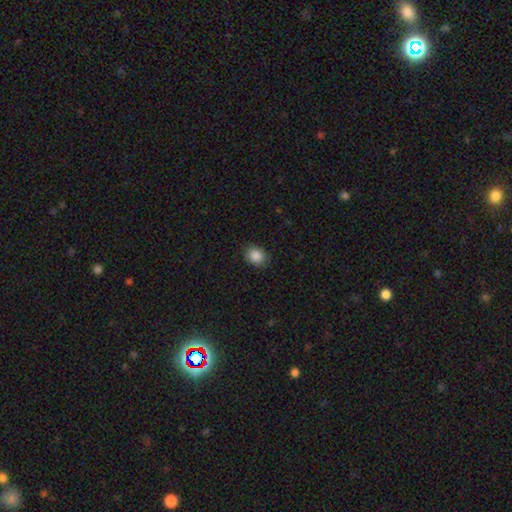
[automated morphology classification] smooth 87%, star or artifact 9%, featured or disk 3%. Down the decision tree: how rounded — round (50%); merging — none (87%).